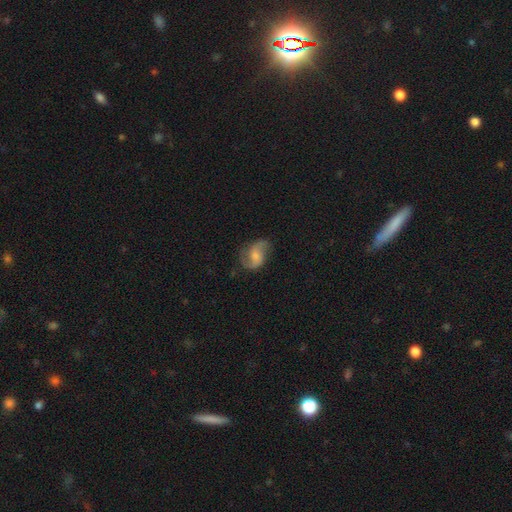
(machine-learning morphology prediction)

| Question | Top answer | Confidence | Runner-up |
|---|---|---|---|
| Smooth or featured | featured or disk | 67% | smooth (26%) |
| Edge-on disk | no | 97% | yes (3%) |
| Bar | no | 51% | weak (39%) |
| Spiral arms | yes | 92% | no (8%) |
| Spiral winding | loose | 51% | medium (38%) |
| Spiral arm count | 2 | 88% | can't tell (5%) |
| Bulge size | small | 45% | moderate (38%) |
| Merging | none | 65% | minor disturbance (23%) |